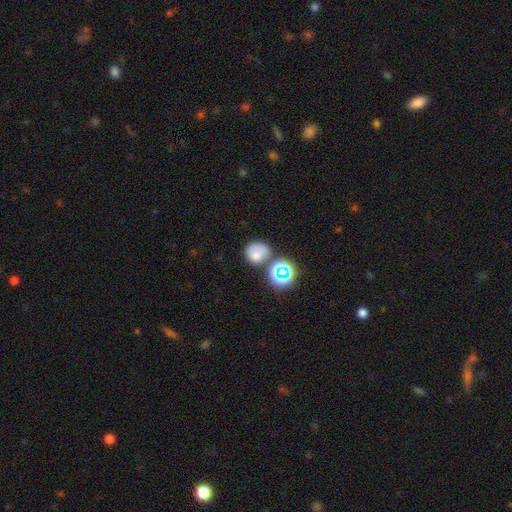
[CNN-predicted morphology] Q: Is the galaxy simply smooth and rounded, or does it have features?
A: smooth — 65%.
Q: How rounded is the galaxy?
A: round — 74%.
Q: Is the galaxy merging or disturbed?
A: none — 58%.